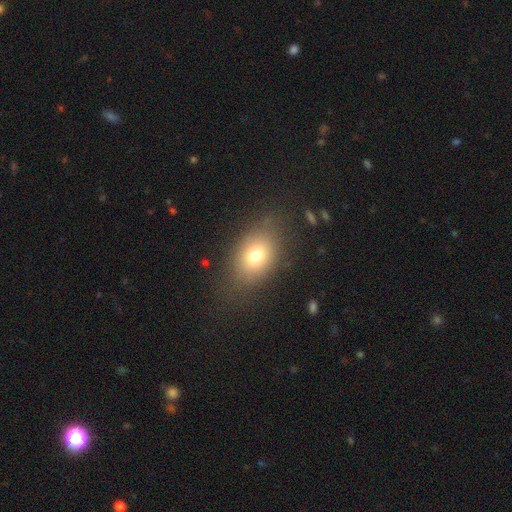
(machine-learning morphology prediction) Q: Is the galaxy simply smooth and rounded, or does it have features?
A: smooth — 73%.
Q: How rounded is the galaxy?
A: in between — 70%.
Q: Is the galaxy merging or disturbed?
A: none — 75%.